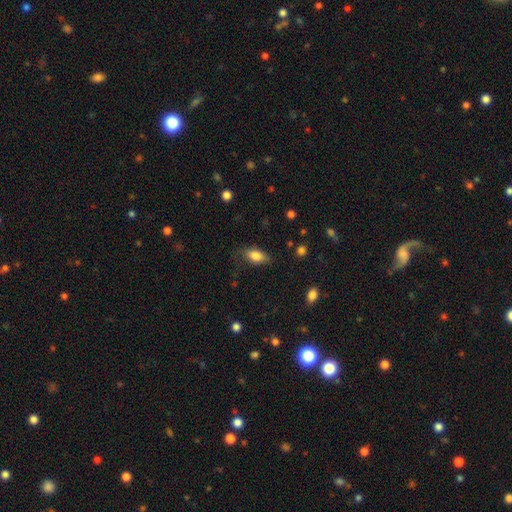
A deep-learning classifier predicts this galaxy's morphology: The model was most divided on "merging": none: 69%, minor disturbance: 23%, major disturbance: 7%, merger: 1%. More confident: how rounded — in between (87%); smooth or featured — smooth (82%).